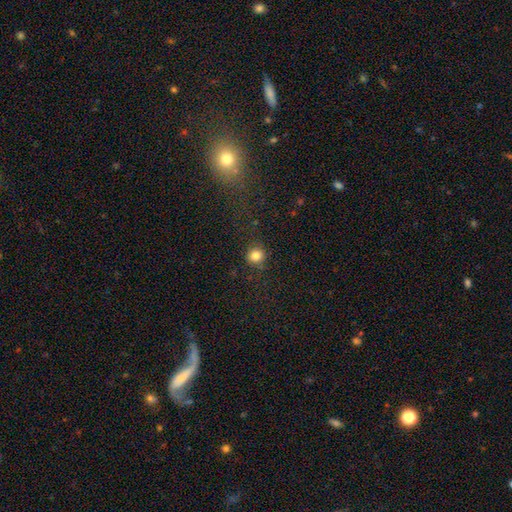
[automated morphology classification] Smooth or featured? Predicted: smooth (p=0.83). How rounded? Predicted: round (p=0.88). Merging? Predicted: none (p=0.83).